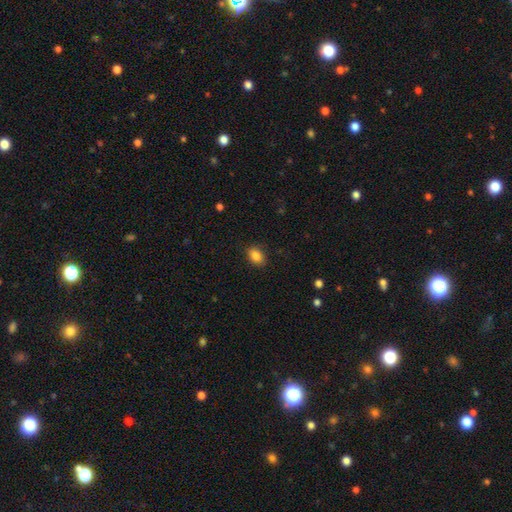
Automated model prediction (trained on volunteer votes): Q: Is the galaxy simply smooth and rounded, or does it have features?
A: smooth — 86%.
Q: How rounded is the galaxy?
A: in between — 72%.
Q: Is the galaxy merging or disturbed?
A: none — 86%.